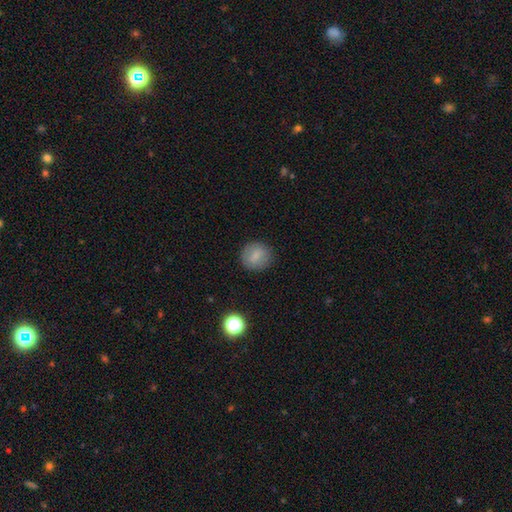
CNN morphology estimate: smooth 78%, featured or disk 12%, star or artifact 9%. Down the decision tree: how rounded — round (85%); merging — none (87%).